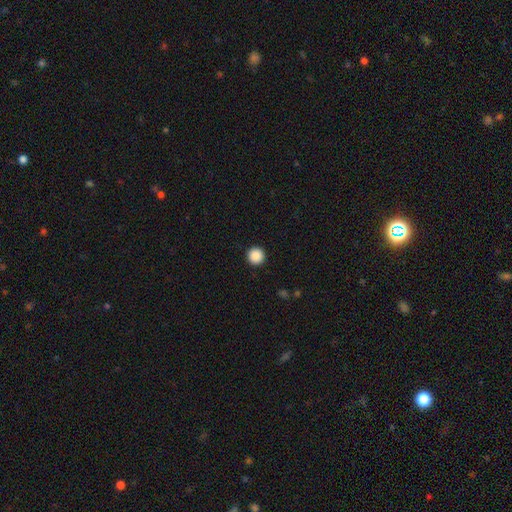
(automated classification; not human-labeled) smooth_or_featured: smooth (p=0.88) [alt: star or artifact p=0.09]
how_rounded: round (p=0.97) [alt: in between p=0.02]
merging: none (p=0.93) [alt: minor disturbance p=0.04]